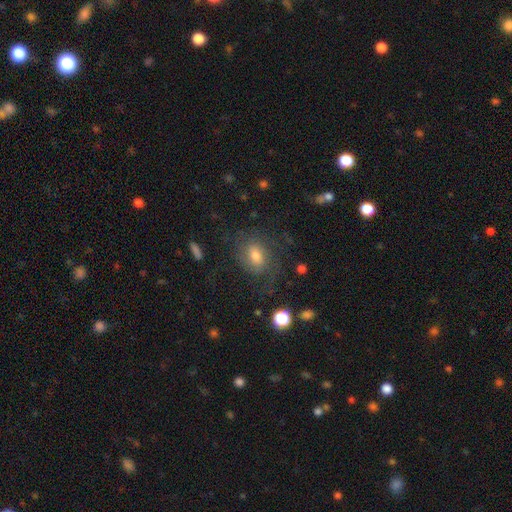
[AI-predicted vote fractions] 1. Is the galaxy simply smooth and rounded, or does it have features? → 47% featured or disk, 39% smooth, 14% star or artifact.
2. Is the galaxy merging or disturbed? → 64% none, 18% minor disturbance, 16% major disturbance, 2% merger.